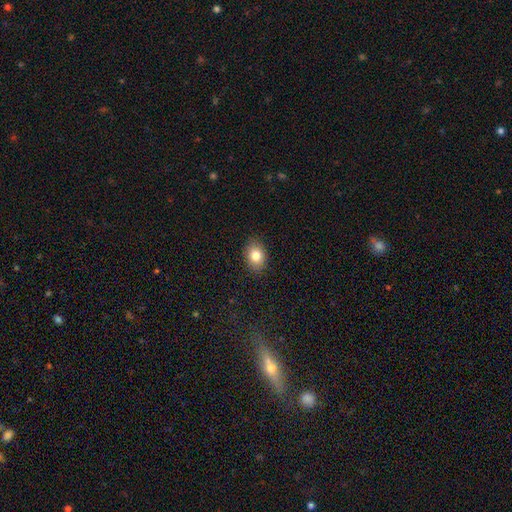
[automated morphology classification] This appears to be a smooth galaxy with no disk features (81%) that is in between round and cigar-shaped (67%). Merging: none (88%).